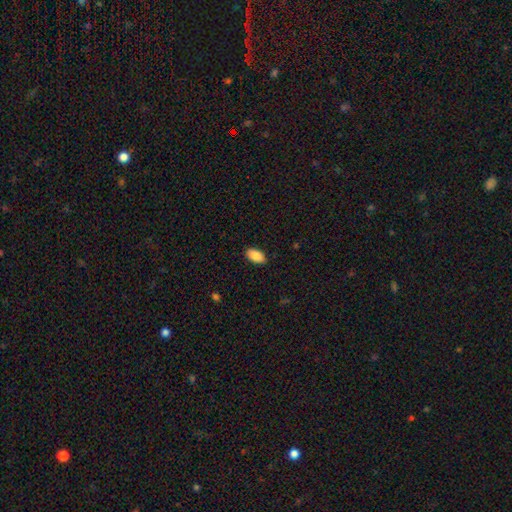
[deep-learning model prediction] A smooth galaxy with no disk features (89%) that is in between round and cigar-shaped (95%). Merging: none (88%).